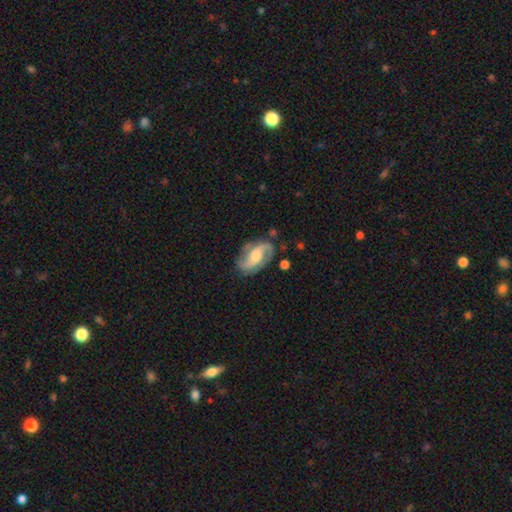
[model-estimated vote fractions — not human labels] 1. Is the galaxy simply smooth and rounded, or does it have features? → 86% featured or disk, 9% smooth, 5% star or artifact.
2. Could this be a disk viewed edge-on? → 97% no, 3% yes.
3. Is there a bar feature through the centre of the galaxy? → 45% no, 40% weak, 16% strong.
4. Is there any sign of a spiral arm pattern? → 97% yes, 3% no.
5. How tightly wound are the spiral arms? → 52% medium, 25% loose, 22% tight.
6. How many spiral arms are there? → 86% 2, 6% 3, 4% can't tell, 2% 1, 1% 4, 1% more than 4.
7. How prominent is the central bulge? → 53% moderate, 25% small, 15% large, 6% none, 2% dominant.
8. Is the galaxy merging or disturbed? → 74% none, 17% minor disturbance, 6% major disturbance, 2% merger.